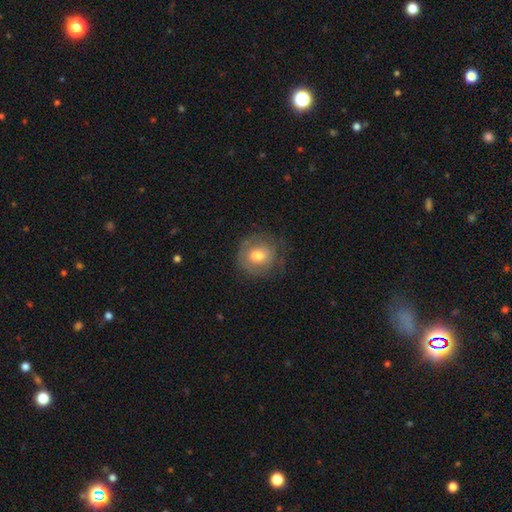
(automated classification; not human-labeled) A smooth galaxy with no disk features (64%) that is round (85%).

Vote fractions:
- Smooth or featured? smooth: 64% / featured or disk: 27% / star or artifact: 9%
- How rounded? round: 85% / in between: 14% / cigar-shaped: 1%
- Merging? none: 68% / minor disturbance: 20% / major disturbance: 11% / merger: 1%